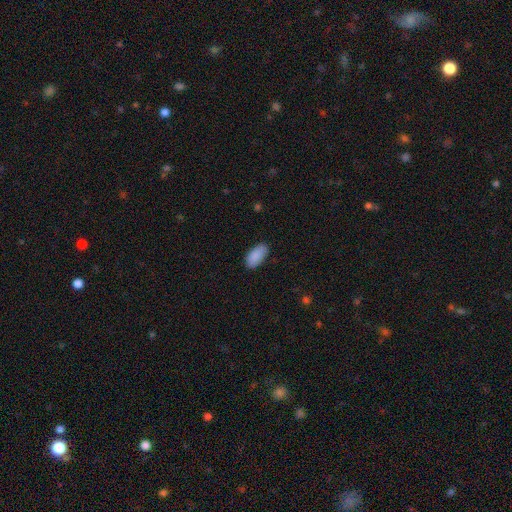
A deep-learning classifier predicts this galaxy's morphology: Smooth or featured? smooth (90%)
How rounded? in between (94%)
Merging? none (86%)